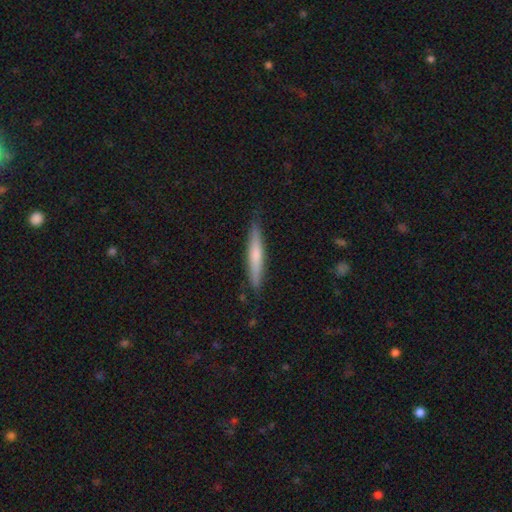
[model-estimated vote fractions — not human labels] The model was most divided on "smooth or featured": smooth: 59%, featured or disk: 36%, star or artifact: 5%. More confident: how rounded — cigar-shaped (94%); merging — none (86%).